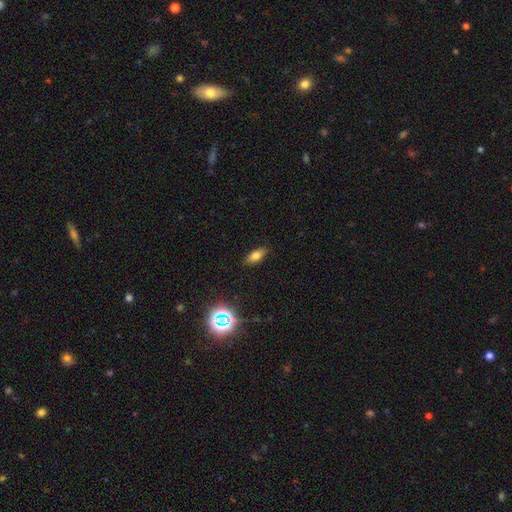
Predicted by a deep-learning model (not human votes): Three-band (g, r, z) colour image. It shows a smooth galaxy with no disk features (75%) that is in between round and cigar-shaped (81%). Merging: none (87%).